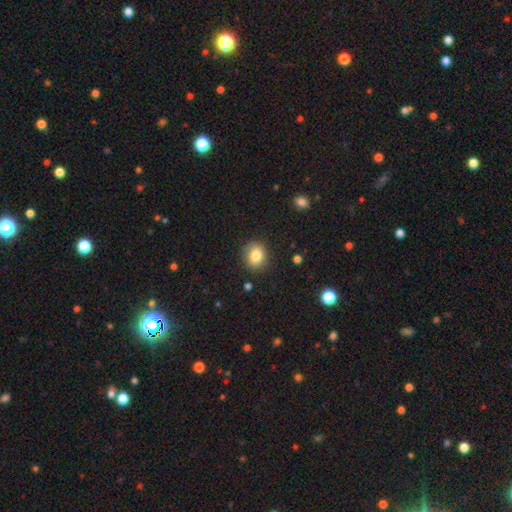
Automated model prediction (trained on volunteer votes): Smooth or featured?
  - smooth: 81% *
  - star or artifact: 10%
  - featured or disk: 9%
How rounded?
  - round: 71% *
  - in between: 28%
  - cigar-shaped: 1%
Merging?
  - none: 86% *
  - minor disturbance: 10%
  - major disturbance: 3%
  - merger: 1%